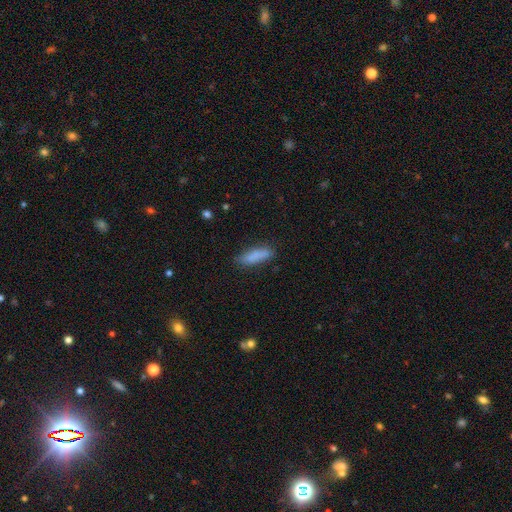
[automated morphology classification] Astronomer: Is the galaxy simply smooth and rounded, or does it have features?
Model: smooth — 82%.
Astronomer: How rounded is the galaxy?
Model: cigar-shaped — 60% (runner-up: in between, 38%).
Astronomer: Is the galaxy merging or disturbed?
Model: none — 75%.